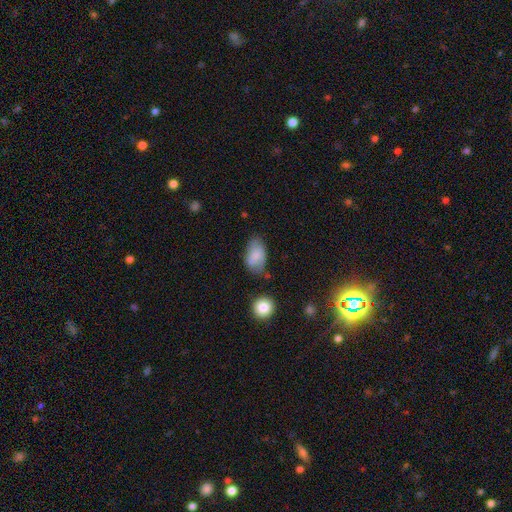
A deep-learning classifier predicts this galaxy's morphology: Q: Smooth or featured?
A: smooth (74%); runner-up: featured or disk (18%)
Q: How rounded?
A: in between (90%); runner-up: round (8%)
Q: Merging?
A: none (53%); runner-up: minor disturbance (32%)